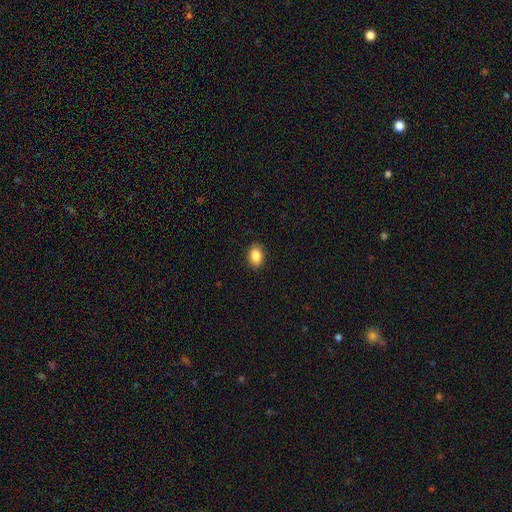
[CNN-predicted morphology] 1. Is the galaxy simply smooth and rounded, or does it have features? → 86% smooth, 8% star or artifact, 6% featured or disk.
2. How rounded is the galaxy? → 82% in between, 16% round, 1% cigar-shaped.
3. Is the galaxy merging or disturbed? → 90% none, 8% minor disturbance, 2% major disturbance, 1% merger.